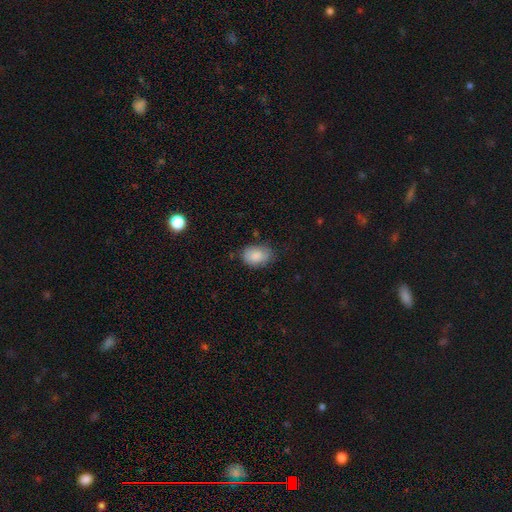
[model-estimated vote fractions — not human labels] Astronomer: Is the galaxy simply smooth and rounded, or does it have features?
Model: smooth — 84%.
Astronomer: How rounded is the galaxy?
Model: in between — 78%.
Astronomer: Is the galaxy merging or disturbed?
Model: none — 70%.